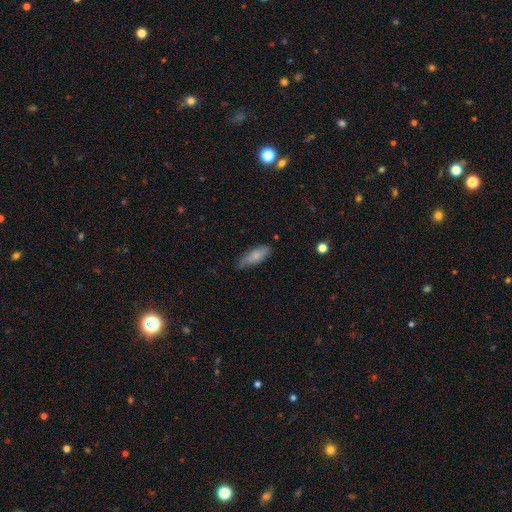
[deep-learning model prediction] Smooth or featured: smooth — 76% (featured or disk — 18%)
How rounded: in between — 67% (cigar-shaped — 31%)
Merging: none — 58% (minor disturbance — 33%)